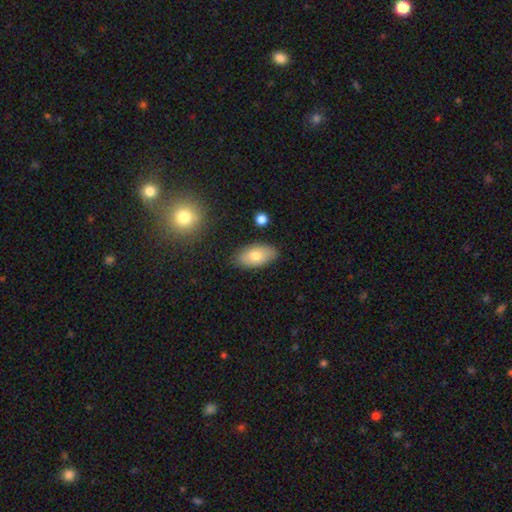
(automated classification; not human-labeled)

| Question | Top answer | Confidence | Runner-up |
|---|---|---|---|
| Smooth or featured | smooth | 74% | featured or disk (19%) |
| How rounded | in between | 93% | round (4%) |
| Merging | none | 82% | minor disturbance (13%) |